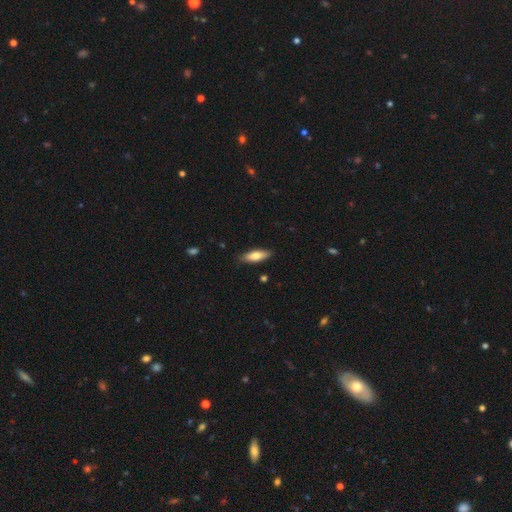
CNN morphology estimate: Q: Smooth or featured?
A: smooth (75%); runner-up: featured or disk (19%)
Q: How rounded?
A: in between (57%); runner-up: cigar-shaped (41%)
Q: Merging?
A: none (86%); runner-up: minor disturbance (11%)